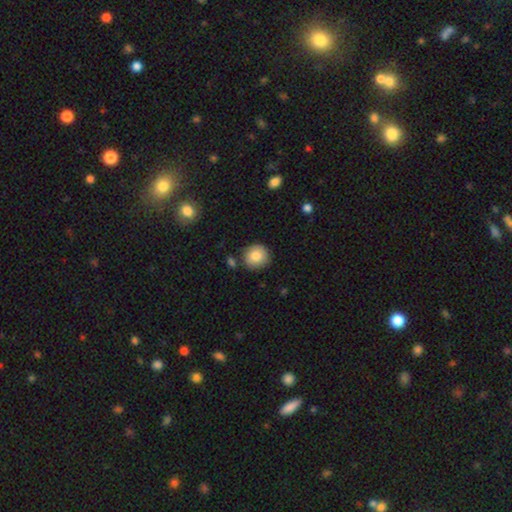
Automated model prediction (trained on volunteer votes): smooth 86%, star or artifact 8%, featured or disk 6%. Down the decision tree: how rounded — round (87%); merging — none (82%).